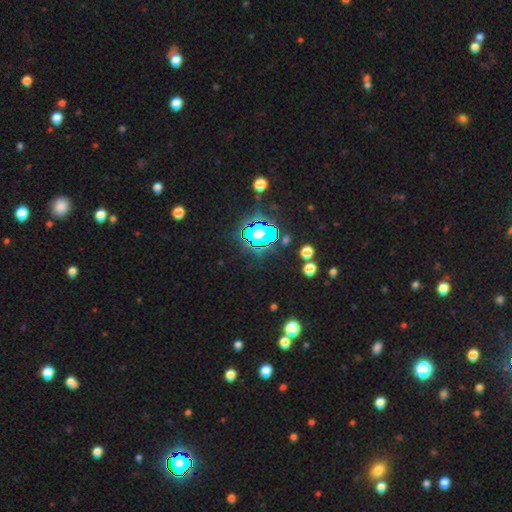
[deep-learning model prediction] Smooth or featured? star or artifact (82%)